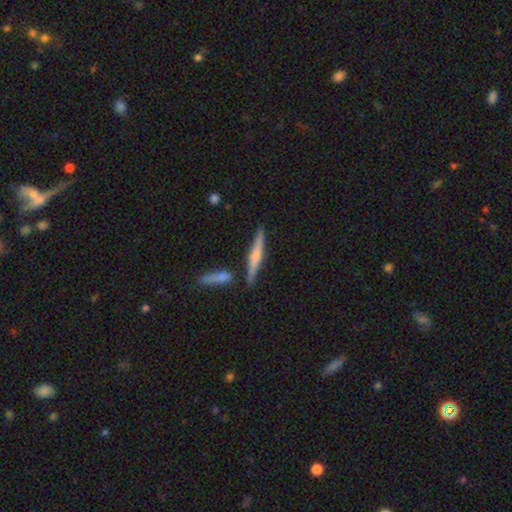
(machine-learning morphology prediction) A featured or disk galaxy (61%) viewed edge-on (97%) with a rounded central bulge (75%).

Vote fractions:
- Smooth or featured? featured or disk: 61% / smooth: 32% / star or artifact: 6%
- Edge-on disk? yes: 97% / no: 3%
- Edge-on bulge? rounded: 75% / none: 15% / boxy: 11%
- Merging? none: 80% / minor disturbance: 9% / merger: 9% / major disturbance: 2%